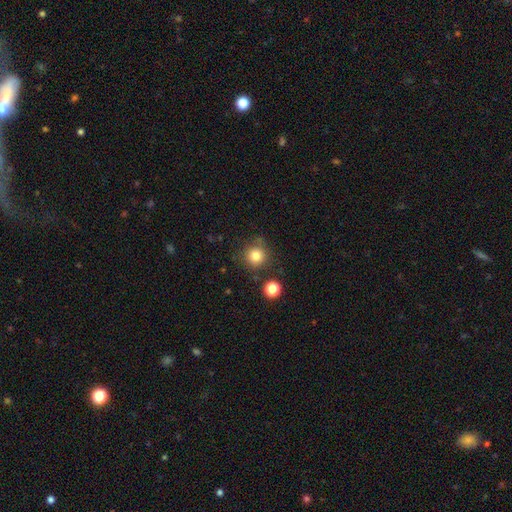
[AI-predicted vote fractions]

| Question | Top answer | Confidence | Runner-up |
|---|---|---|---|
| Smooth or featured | smooth | 81% | star or artifact (12%) |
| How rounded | round | 93% | in between (6%) |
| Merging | none | 79% | minor disturbance (11%) |